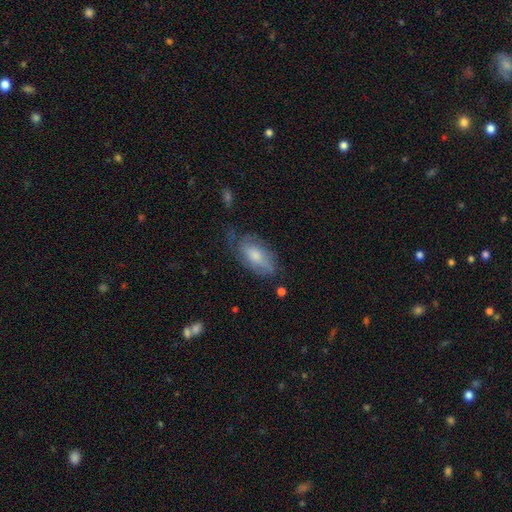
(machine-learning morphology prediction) A smooth galaxy with no disk features (55%) that is in between round and cigar-shaped (89%).

Vote fractions:
- Smooth or featured? smooth: 55% / featured or disk: 38% / star or artifact: 7%
- How rounded? in between: 89% / cigar-shaped: 7% / round: 4%
- Merging? none: 48% / minor disturbance: 31% / major disturbance: 18% / merger: 2%